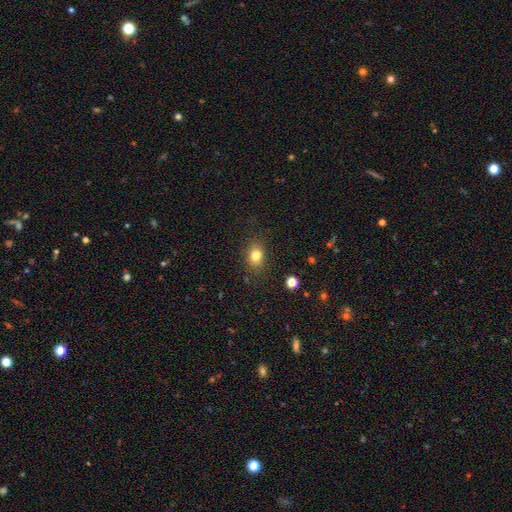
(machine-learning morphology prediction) This is clearly a smooth galaxy (81%). How rounded: likely in between (65%). Merging: clearly none (82%).